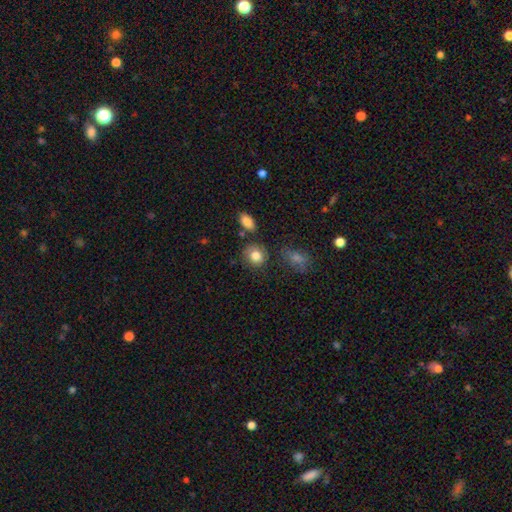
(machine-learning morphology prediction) The model was most divided on "how rounded": round: 73%, in between: 26%, cigar-shaped: 1%. More confident: smooth or featured — smooth (83%); merging — none (75%).